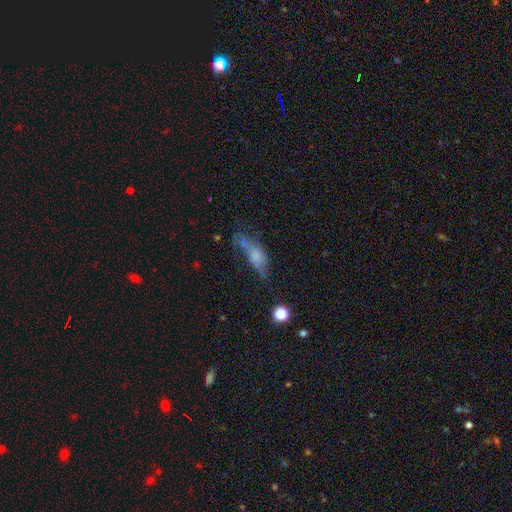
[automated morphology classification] This appears to be a smooth galaxy with no disk features (48%). Merging: none (35%).